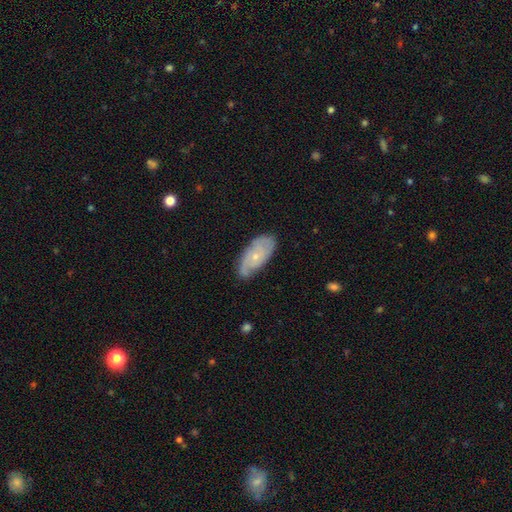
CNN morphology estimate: smooth-or-featured: featured or disk: 64% | smooth: 30% | star or artifact: 7%
  disk-edge-on: no: 92% | yes: 8%
    bar: no: 81% | weak: 17% | strong: 3%
    has-spiral-arms: yes: 83% | no: 17%
    bulge-size: small: 73% | moderate: 24% | none: 2% | large: 1% | dominant: 1%
  merging: none: 67% | minor disturbance: 26% | major disturbance: 6% | merger: 1%